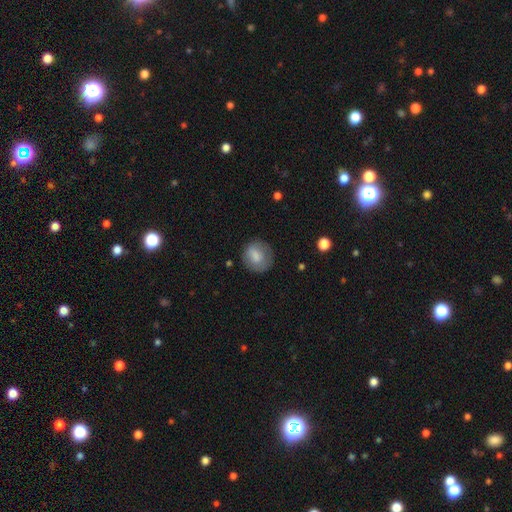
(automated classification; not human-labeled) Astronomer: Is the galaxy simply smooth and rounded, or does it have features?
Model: smooth — 75%.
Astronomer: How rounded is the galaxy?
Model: round — 78%.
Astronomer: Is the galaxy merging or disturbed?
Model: none — 70%.